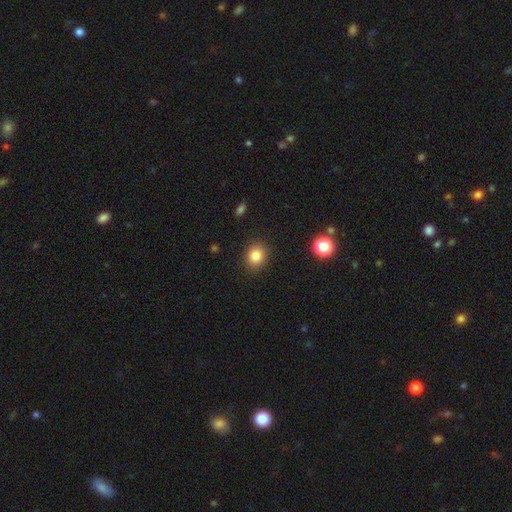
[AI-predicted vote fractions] Q: Smooth or featured?
A: smooth (84%); runner-up: star or artifact (11%)
Q: How rounded?
A: round (68%); runner-up: in between (31%)
Q: Merging?
A: none (88%); runner-up: minor disturbance (8%)